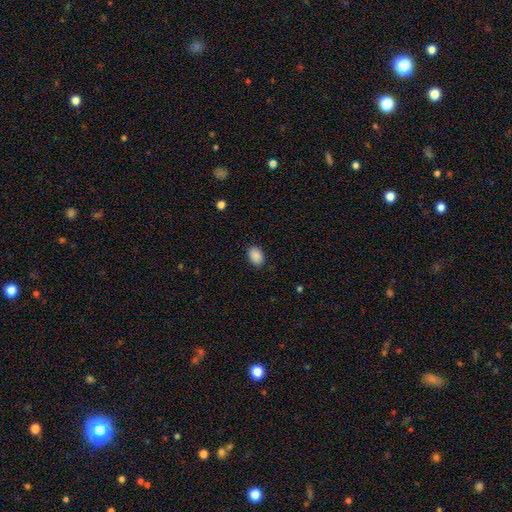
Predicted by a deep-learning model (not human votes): smooth_or_featured: smooth (p=0.89) [alt: star or artifact p=0.08]
how_rounded: in between (p=0.83) [alt: round p=0.16]
merging: none (p=0.87) [alt: minor disturbance p=0.10]